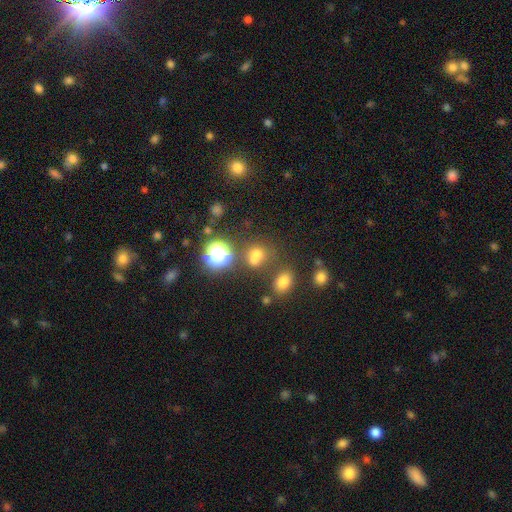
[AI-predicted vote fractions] This appears to be a smooth galaxy with no disk features (62%) that is round (65%). Merging: none (56%).